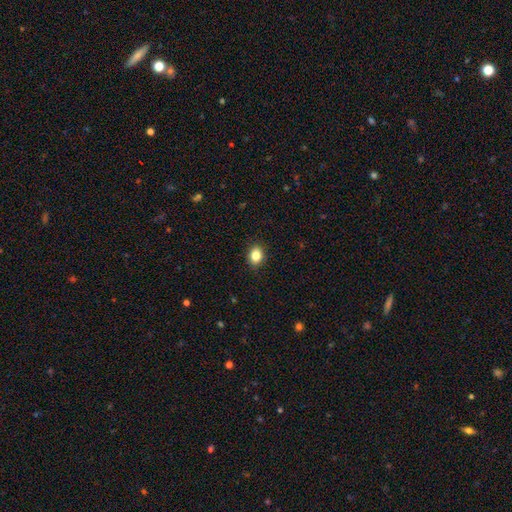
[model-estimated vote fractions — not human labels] smooth-or-featured: smooth: 85% | star or artifact: 10% | featured or disk: 6%
  how-rounded: in between: 58% | round: 41% | cigar-shaped: 1%
  merging: none: 89% | minor disturbance: 8% | major disturbance: 2% | merger: 1%